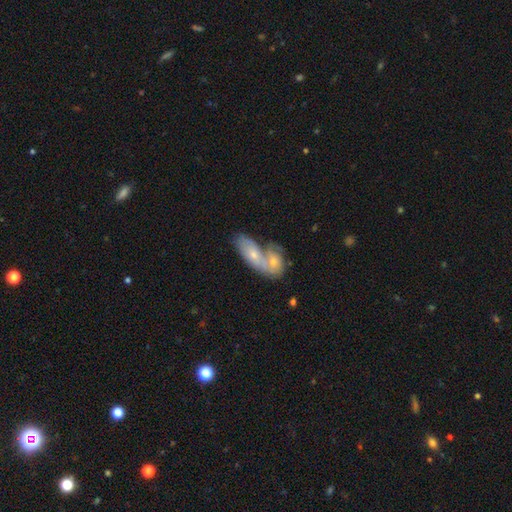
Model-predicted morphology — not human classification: smooth-or-featured: featured or disk: 49% | smooth: 43% | star or artifact: 9%
  merging: merger: 64% | none: 25% | minor disturbance: 8% | major disturbance: 4%